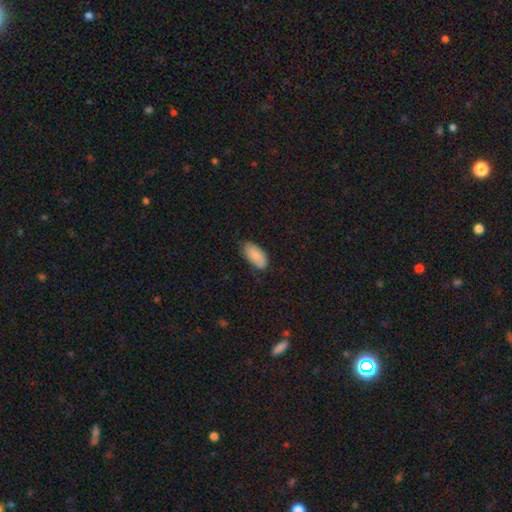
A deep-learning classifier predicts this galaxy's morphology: This is clearly a smooth galaxy (86%). How rounded: clearly in between (93%). Merging: likely none (66%).